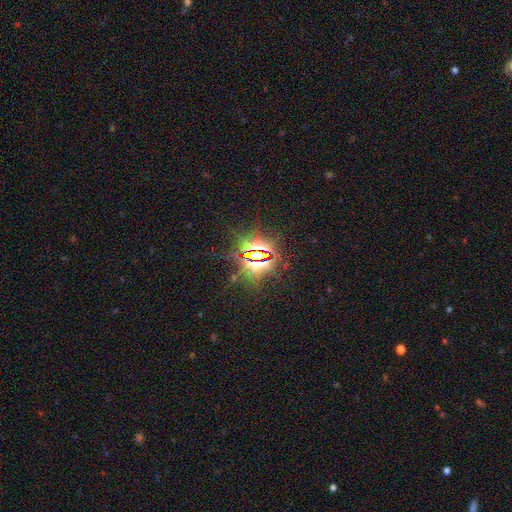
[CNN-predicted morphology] Overall: star or artifact (83%).